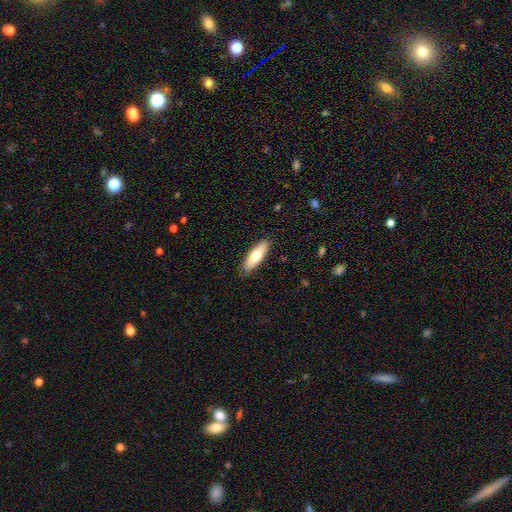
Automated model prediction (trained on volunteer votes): This is likely a smooth galaxy (66%). How rounded: possibly in between (59%). Merging: clearly none (88%).